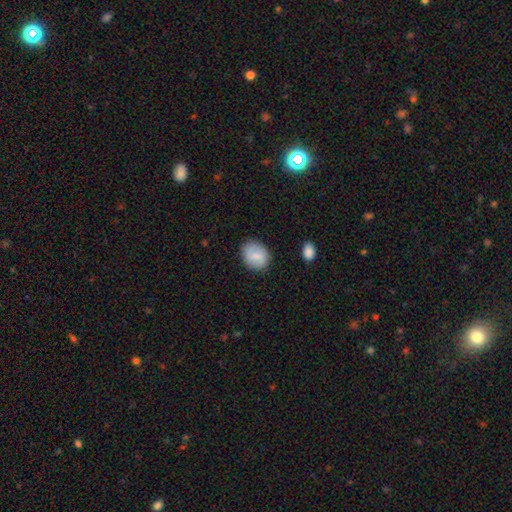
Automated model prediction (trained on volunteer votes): smooth 75%, featured or disk 18%, star or artifact 7%. Down the decision tree: how rounded — round (54%); merging — none (85%).